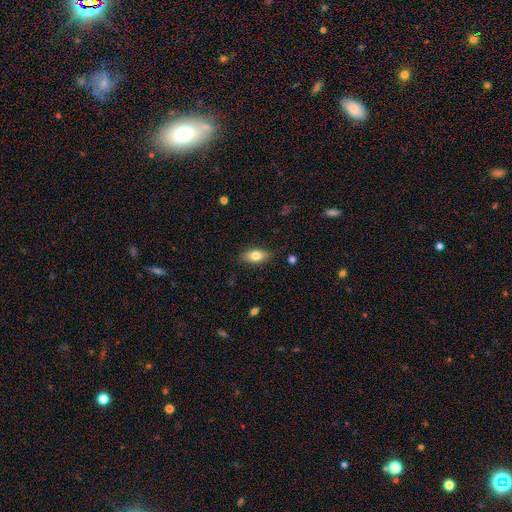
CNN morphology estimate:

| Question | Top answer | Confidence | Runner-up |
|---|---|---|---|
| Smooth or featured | smooth | 81% | featured or disk (12%) |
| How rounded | in between | 88% | cigar-shaped (6%) |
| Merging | none | 84% | minor disturbance (13%) |